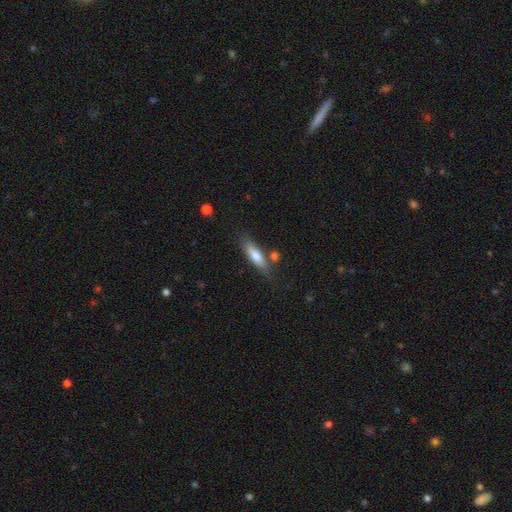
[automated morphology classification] smooth_or_featured: smooth (p=0.71) [alt: featured or disk p=0.23]
how_rounded: cigar-shaped (p=0.60) [alt: in between p=0.38]
merging: none (p=0.71) [alt: minor disturbance p=0.15]